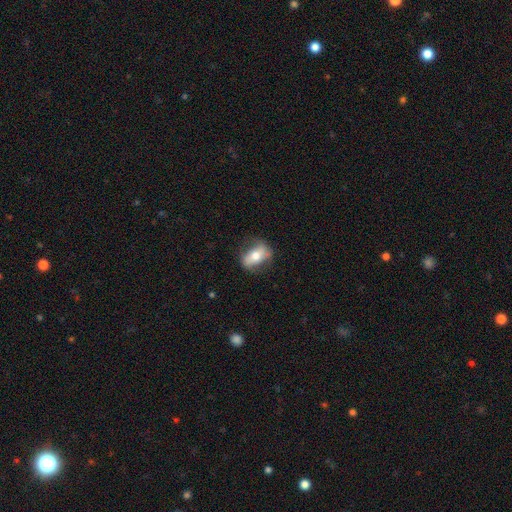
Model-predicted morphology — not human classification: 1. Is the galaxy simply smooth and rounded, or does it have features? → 56% smooth, 37% featured or disk, 7% star or artifact.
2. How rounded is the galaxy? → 82% in between, 13% round, 6% cigar-shaped.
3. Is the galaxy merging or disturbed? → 72% none, 20% minor disturbance, 8% major disturbance, 1% merger.